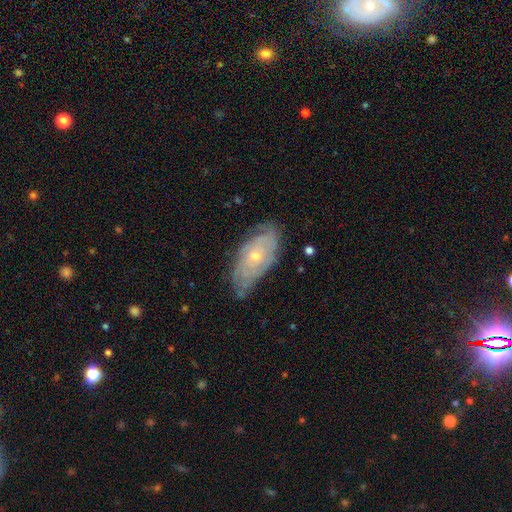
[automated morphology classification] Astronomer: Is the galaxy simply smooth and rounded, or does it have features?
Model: featured or disk — 74%.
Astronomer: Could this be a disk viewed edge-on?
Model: no — 92%.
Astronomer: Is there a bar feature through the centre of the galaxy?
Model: no — 81%.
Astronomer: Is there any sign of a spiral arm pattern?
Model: yes — 85%.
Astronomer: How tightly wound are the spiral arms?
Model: tight — 71%.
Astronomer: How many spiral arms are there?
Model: can't tell — 54%.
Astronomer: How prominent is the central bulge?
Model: small — 60% (runner-up: moderate, 37%).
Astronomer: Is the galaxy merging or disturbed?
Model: none — 65%.